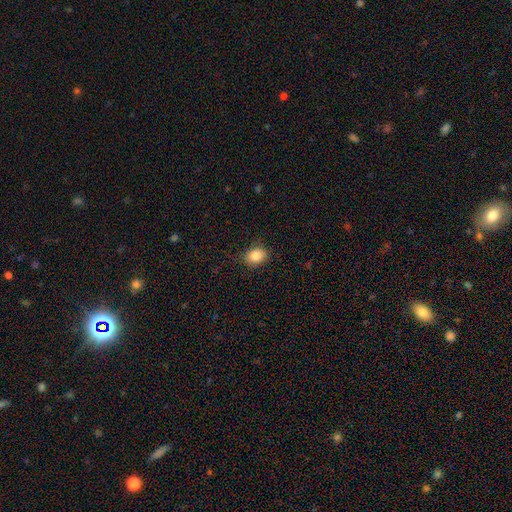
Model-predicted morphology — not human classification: Overall: smooth (85%). How rounded: in between (61%; round 38%). Merging: none (85%).